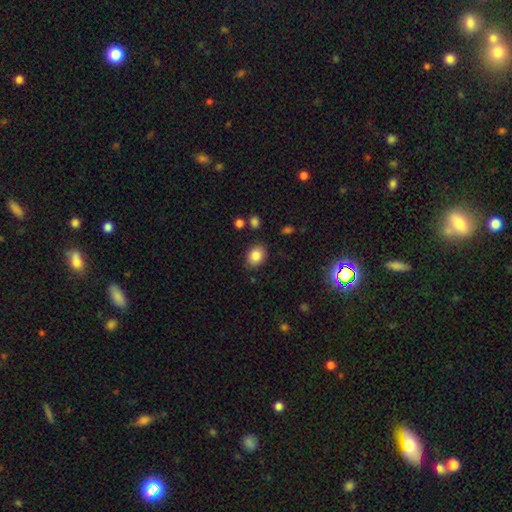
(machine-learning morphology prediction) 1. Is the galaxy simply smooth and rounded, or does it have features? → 84% smooth, 9% star or artifact, 7% featured or disk.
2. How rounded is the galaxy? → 63% in between, 36% round, 1% cigar-shaped.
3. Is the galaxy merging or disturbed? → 85% none, 10% minor disturbance, 3% major disturbance, 2% merger.